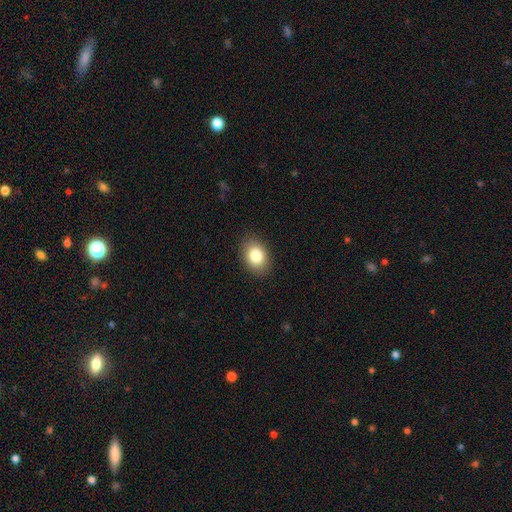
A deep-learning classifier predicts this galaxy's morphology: This is clearly a smooth galaxy (83%). How rounded: likely in between (67%). Merging: clearly none (88%).